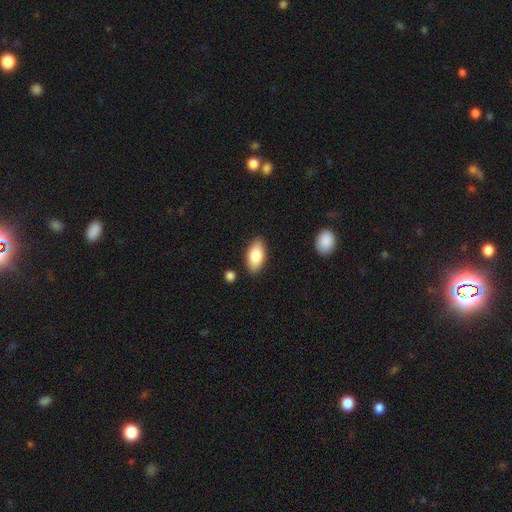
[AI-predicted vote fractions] Morphology: type=smooth (83%); roundness=in between (91%); merging=none (85%).